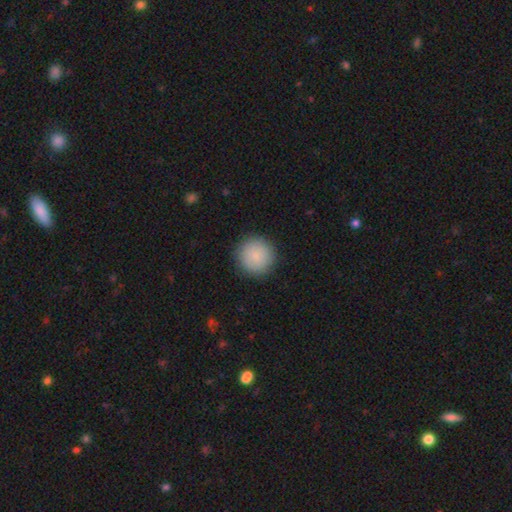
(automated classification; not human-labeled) Morphology: type=smooth (85%); roundness=round (95%); merging=none (89%).